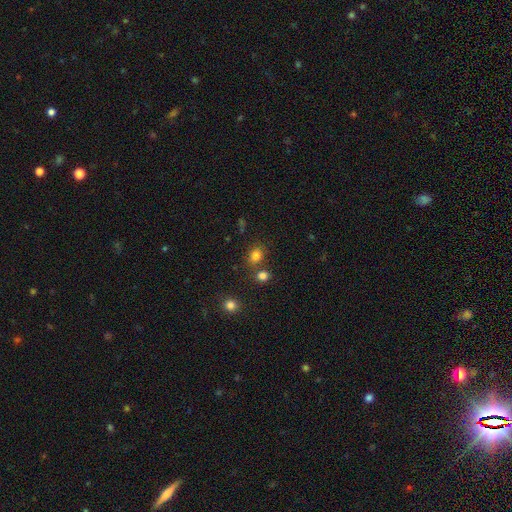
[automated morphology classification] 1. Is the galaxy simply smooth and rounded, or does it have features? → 78% smooth, 15% star or artifact, 6% featured or disk.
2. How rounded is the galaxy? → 63% round, 36% in between, 1% cigar-shaped.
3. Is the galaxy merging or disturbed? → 70% none, 15% merger, 11% minor disturbance, 4% major disturbance.